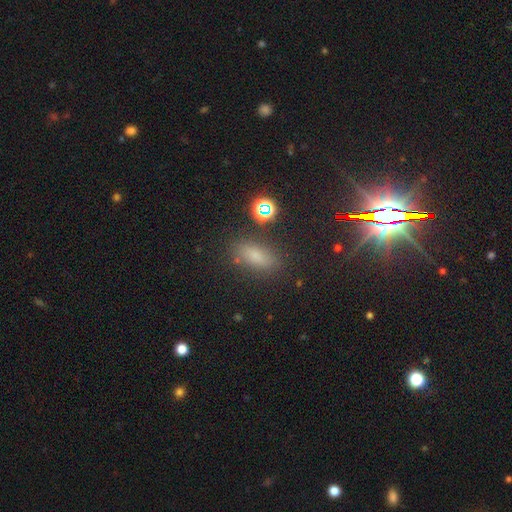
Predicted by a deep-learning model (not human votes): smooth-or-featured: smooth: 70% | star or artifact: 20% | featured or disk: 10%
  how-rounded: in between: 77% | cigar-shaped: 15% | round: 8%
  merging: none: 78% | minor disturbance: 14% | major disturbance: 4% | merger: 4%